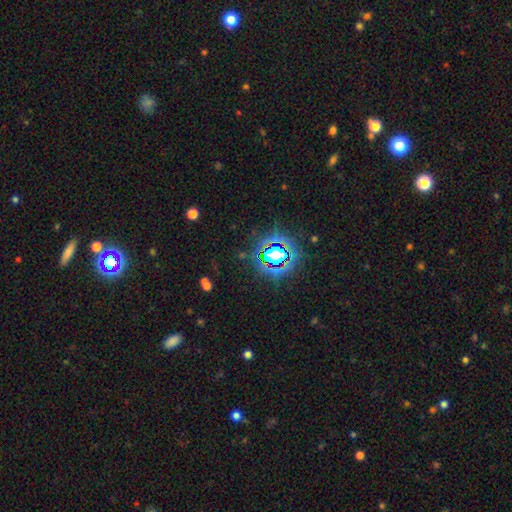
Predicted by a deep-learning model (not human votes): Q: Smooth or featured?
A: star or artifact (81%); runner-up: smooth (12%)